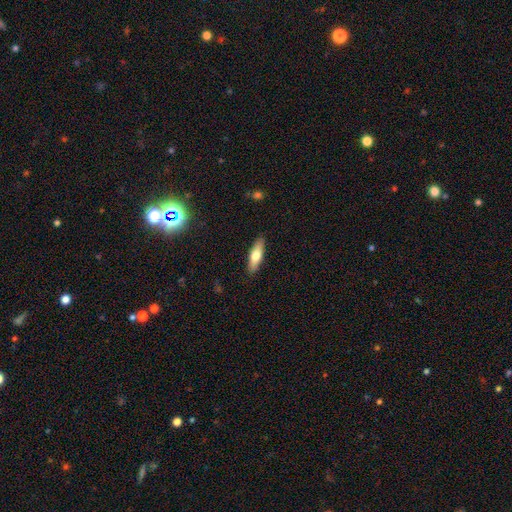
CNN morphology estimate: type=smooth (64%); roundness=cigar-shaped (56%); merging=none (89%).